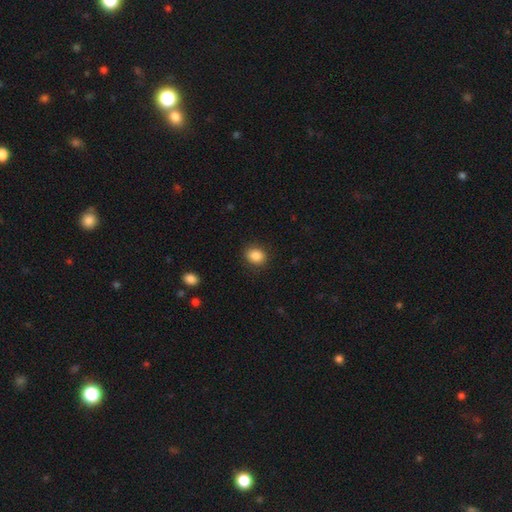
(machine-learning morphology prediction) smooth 87%, star or artifact 9%, featured or disk 4%. Down the decision tree: how rounded — round (60%); merging — none (87%).